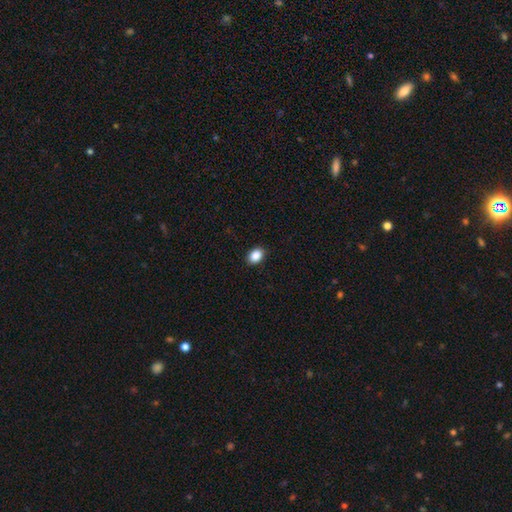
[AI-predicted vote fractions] Morphology: type=smooth (88%); roundness=in between (73%); merging=none (90%).